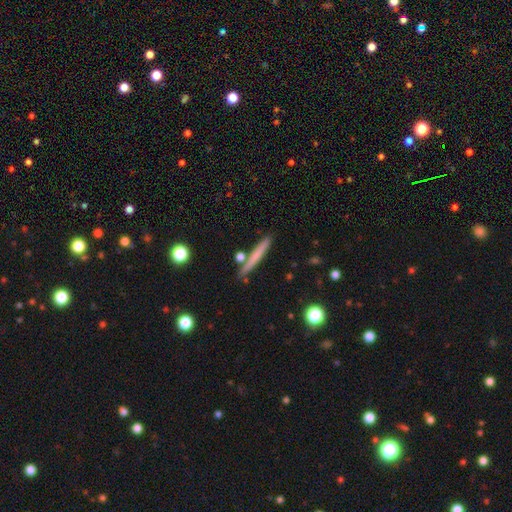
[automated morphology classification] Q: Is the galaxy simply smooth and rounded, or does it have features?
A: smooth — 61%.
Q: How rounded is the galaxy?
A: cigar-shaped — 95%.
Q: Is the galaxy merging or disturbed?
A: none — 83%.